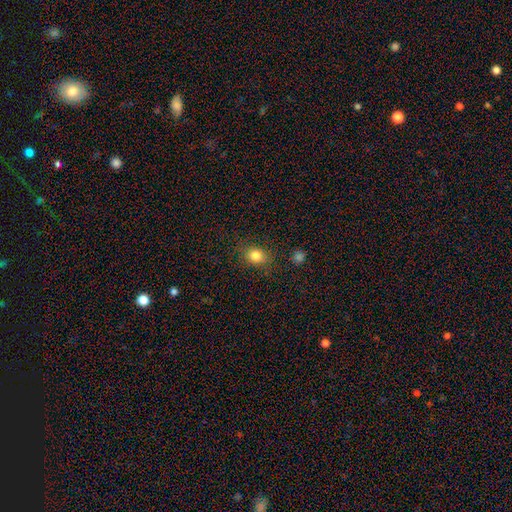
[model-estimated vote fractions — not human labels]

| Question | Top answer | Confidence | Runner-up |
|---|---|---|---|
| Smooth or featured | smooth | 83% | star or artifact (11%) |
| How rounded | round | 57% | in between (42%) |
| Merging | none | 83% | minor disturbance (11%) |